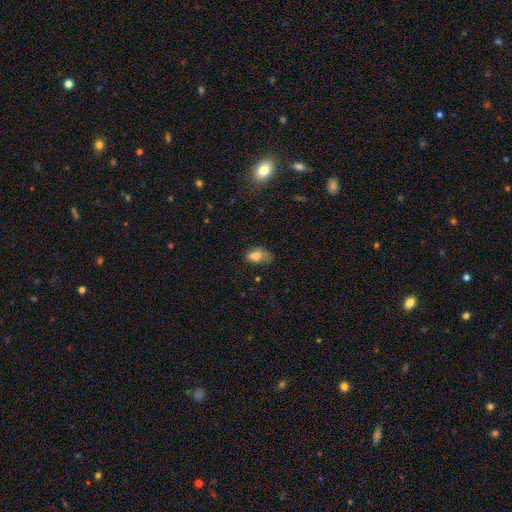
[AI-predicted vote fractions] Smooth or featured? smooth (75%)
How rounded? in between (85%)
Merging? minor disturbance (38%)